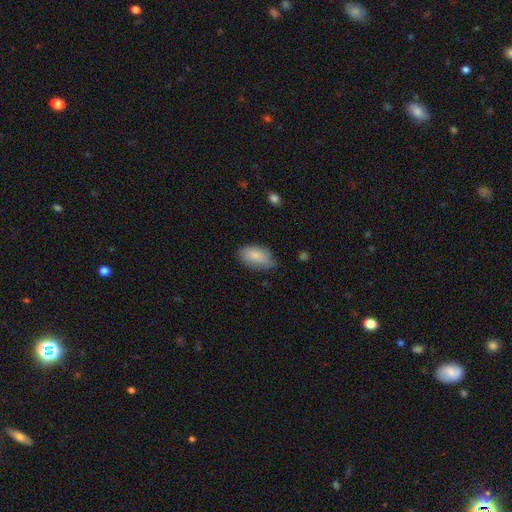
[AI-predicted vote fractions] Morphology: type=smooth (85%); roundness=in between (93%); merging=none (65%).